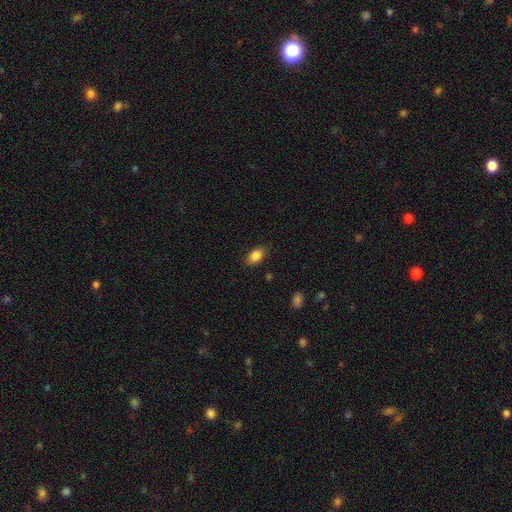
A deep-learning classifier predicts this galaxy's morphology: This appears to be a smooth galaxy with no disk features (86%) that is in between round and cigar-shaped (85%). Merging: none (83%).